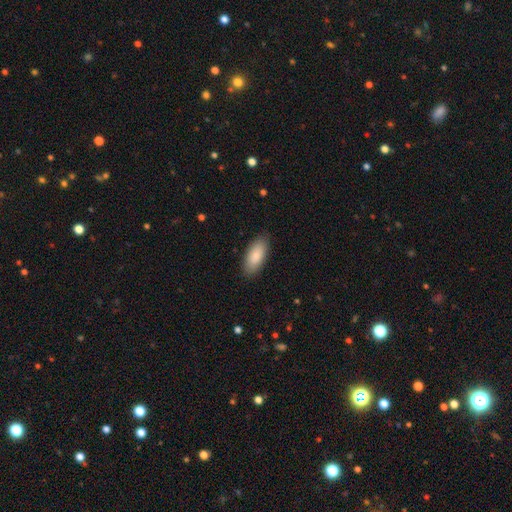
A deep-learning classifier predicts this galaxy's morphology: The model was most divided on "merging": none: 86%, minor disturbance: 10%, major disturbance: 2%, merger: 1%. More confident: smooth or featured — smooth (87%); how rounded — in between (87%).